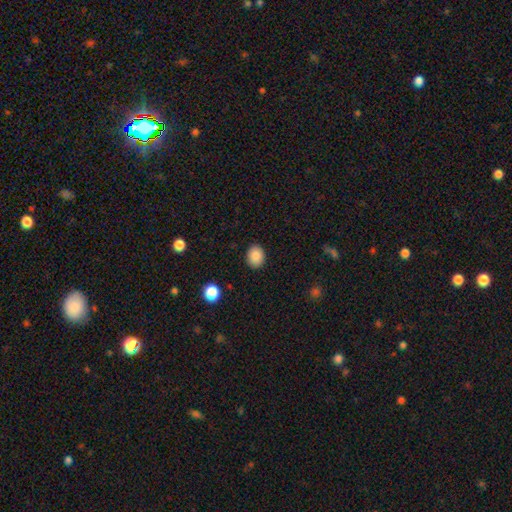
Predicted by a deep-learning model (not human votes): This appears to be a smooth galaxy with no disk features (87%) that is in between round and cigar-shaped (56%). Merging: none (89%).